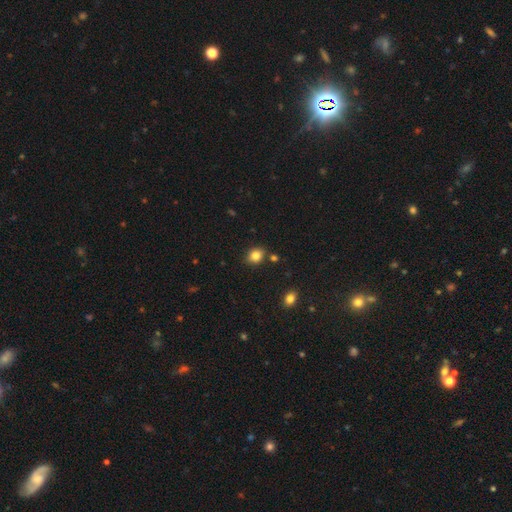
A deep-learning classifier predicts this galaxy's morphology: The model was most divided on "how rounded": round: 59%, in between: 40%, cigar-shaped: 1%. More confident: smooth or featured — smooth (83%); merging — none (82%).